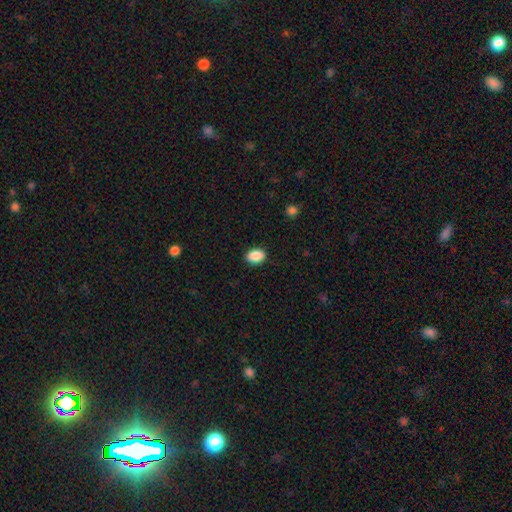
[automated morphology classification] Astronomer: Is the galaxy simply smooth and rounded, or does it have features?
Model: smooth — 89%.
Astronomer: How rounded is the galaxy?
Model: in between — 79%.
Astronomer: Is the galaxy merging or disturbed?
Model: none — 89%.